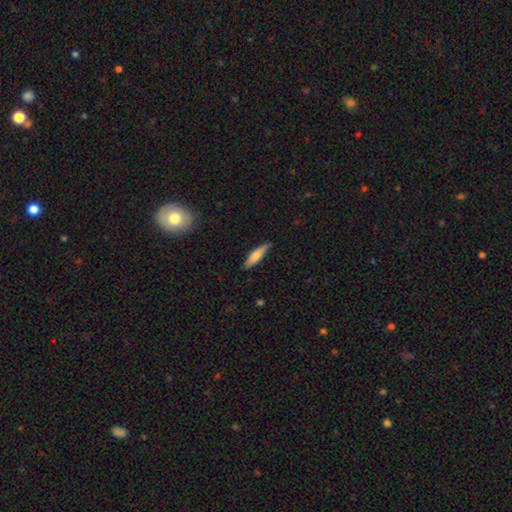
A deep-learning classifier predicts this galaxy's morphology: Overall: smooth (73%). How rounded: cigar-shaped (75%). Merging: none (84%).